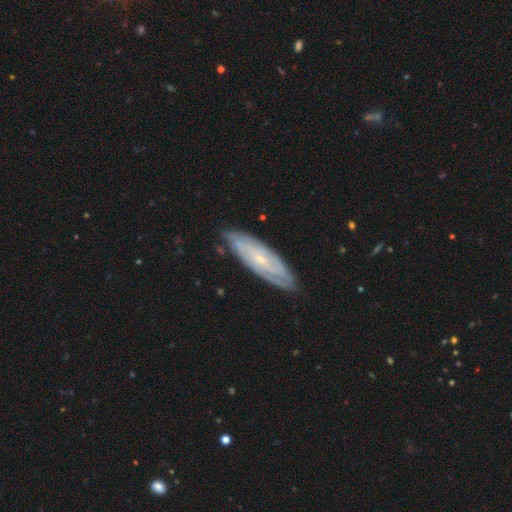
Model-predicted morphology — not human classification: smooth_or_featured: featured or disk (p=0.62) [alt: smooth p=0.28]
disk_edge_on: no (p=0.70) [alt: yes p=0.30]
merging: none (p=0.85) [alt: minor disturbance p=0.12]